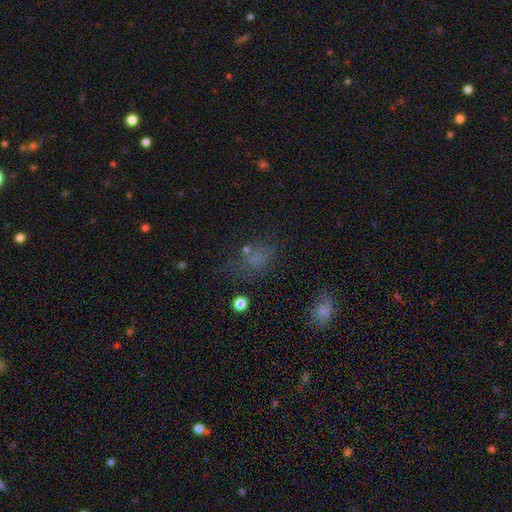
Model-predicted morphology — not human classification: type=smooth (52%); roundness=in between (67%); merging=none (55%).